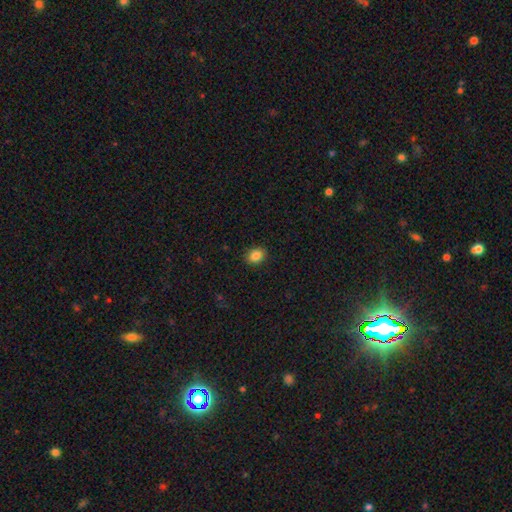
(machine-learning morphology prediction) type=smooth (86%); roundness=in between (58%); merging=none (90%).